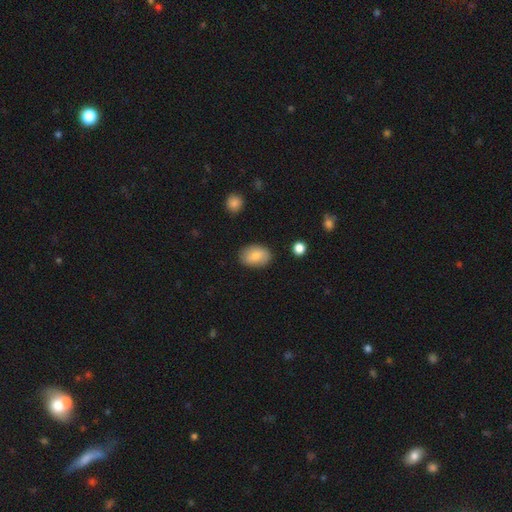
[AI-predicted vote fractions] Smooth or featured? Predicted: smooth (p=0.81). How rounded? Predicted: in between (p=0.85). Merging? Predicted: none (p=0.84).